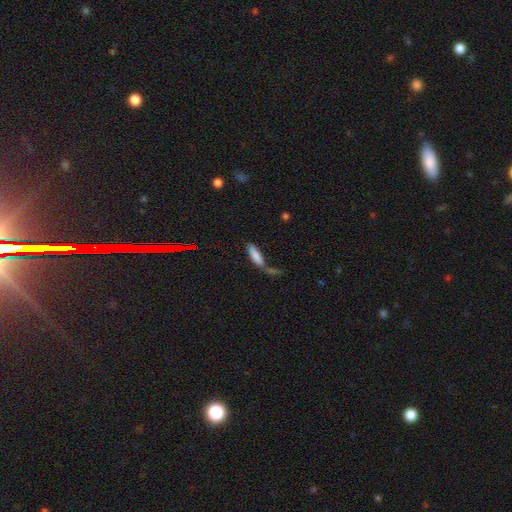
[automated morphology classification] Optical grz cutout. It shows a smooth galaxy with no disk features (80%) that is cigar-shaped (51%). Merging: none (35%).